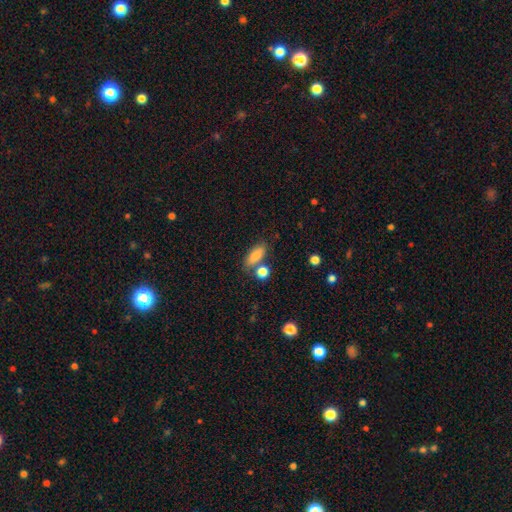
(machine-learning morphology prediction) The model was most divided on "merging": none: 68%, merger: 14%, minor disturbance: 14%, major disturbance: 4%. More confident: smooth or featured — smooth (84%); how rounded — in between (76%).